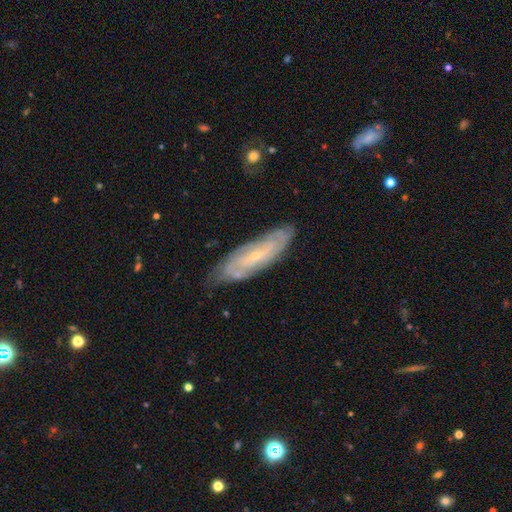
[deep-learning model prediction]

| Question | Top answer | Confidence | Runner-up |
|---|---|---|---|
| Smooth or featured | featured or disk | 76% | smooth (18%) |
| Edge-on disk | no | 81% | yes (19%) |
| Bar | no | 60% | weak (30%) |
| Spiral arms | yes | 89% | no (11%) |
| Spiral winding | tight | 65% | medium (27%) |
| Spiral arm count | can't tell | 52% | 2 (21%) |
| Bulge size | small | 80% | moderate (16%) |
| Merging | none | 76% | minor disturbance (19%) |